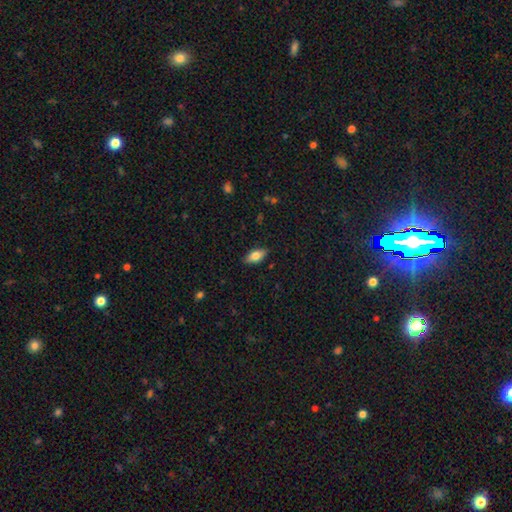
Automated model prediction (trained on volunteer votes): A smooth galaxy with no disk features (71%) that is in between round and cigar-shaped (85%).

Vote fractions:
- Smooth or featured? smooth: 71% / featured or disk: 22% / star or artifact: 7%
- How rounded? in between: 85% / cigar-shaped: 12% / round: 3%
- Merging? none: 86% / minor disturbance: 11% / major disturbance: 2% / merger: 1%